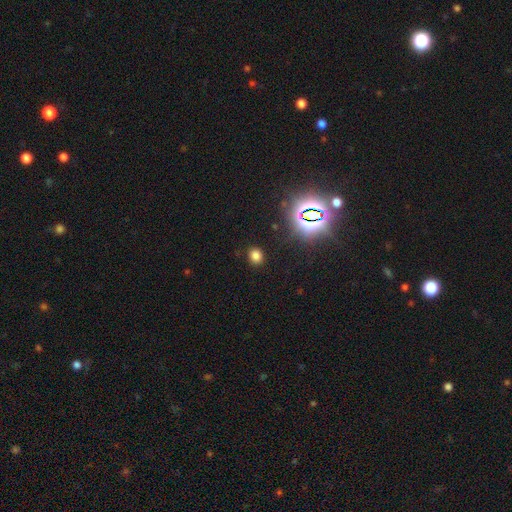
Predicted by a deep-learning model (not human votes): Morphology: type=smooth (72%); roundness=round (60%); merging=none (87%).